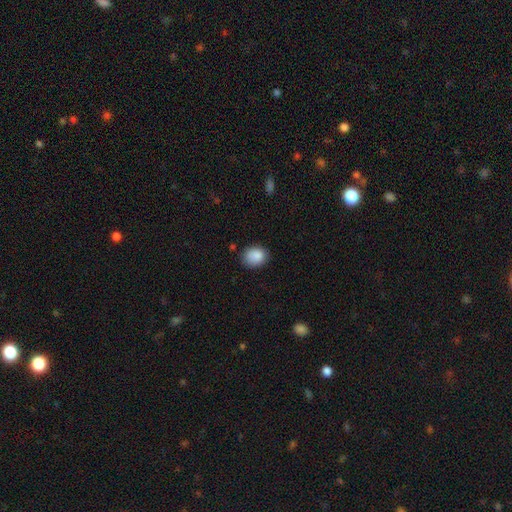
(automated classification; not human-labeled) smooth-or-featured: smooth: 88% | star or artifact: 8% | featured or disk: 5%
  how-rounded: in between: 52% | round: 47% | cigar-shaped: 1%
  merging: none: 77% | minor disturbance: 18% | major disturbance: 4% | merger: 2%